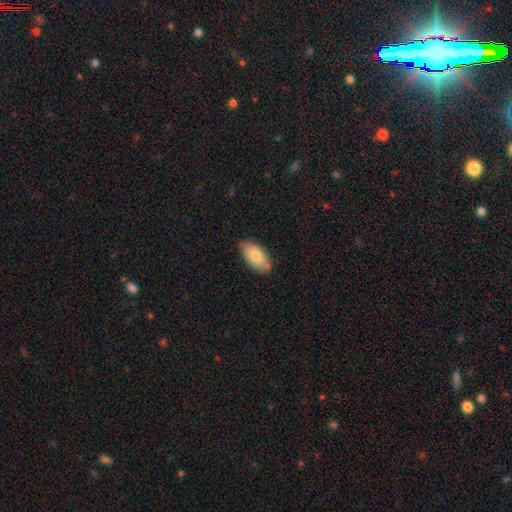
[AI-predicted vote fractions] A smooth galaxy with no disk features (81%) that is in between round and cigar-shaped (94%). Merging: none (77%).